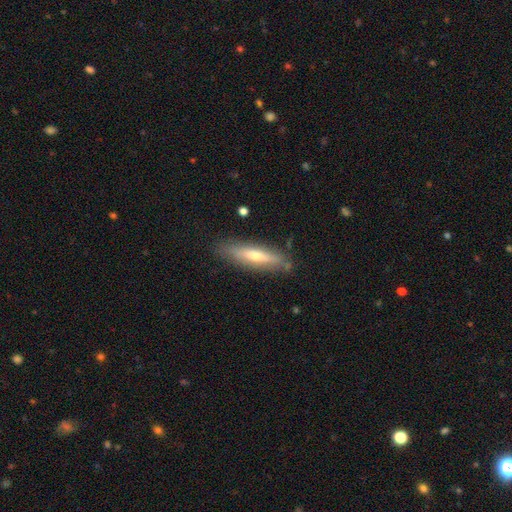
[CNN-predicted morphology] smooth_or_featured: smooth (p=0.50) [alt: featured or disk p=0.43]
how_rounded: cigar-shaped (p=0.74) [alt: in between p=0.24]
merging: none (p=0.82) [alt: minor disturbance p=0.13]